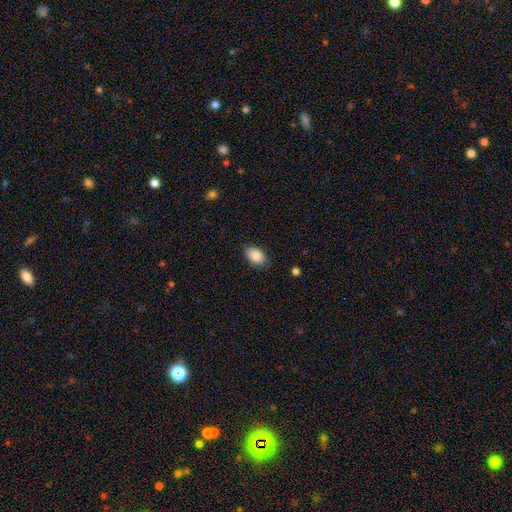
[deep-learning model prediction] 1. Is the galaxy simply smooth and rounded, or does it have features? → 88% smooth, 7% star or artifact, 5% featured or disk.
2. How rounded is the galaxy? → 88% in between, 10% round, 1% cigar-shaped.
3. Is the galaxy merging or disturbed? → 80% none, 16% minor disturbance, 3% major disturbance, 1% merger.